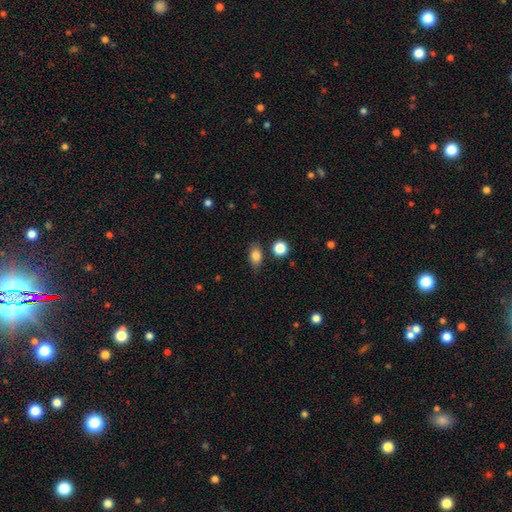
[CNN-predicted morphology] Smooth or featured? smooth (83%)
How rounded? in between (78%)
Merging? none (79%)